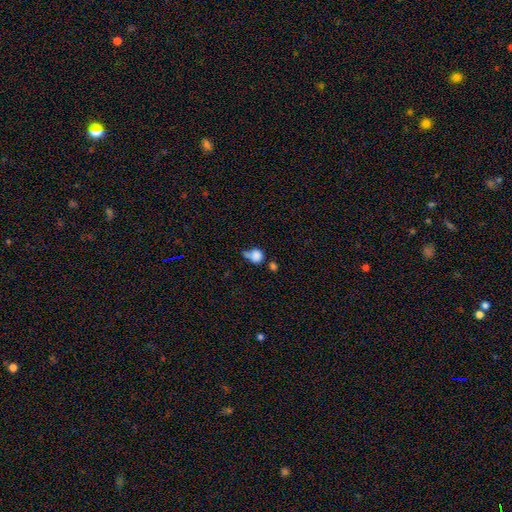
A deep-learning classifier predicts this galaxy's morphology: Smooth or featured?
  - smooth: 81% *
  - star or artifact: 10%
  - featured or disk: 9%
How rounded?
  - round: 72% *
  - in between: 26%
  - cigar-shaped: 1%
Merging?
  - merger: 35% *
  - none: 32%
  - minor disturbance: 20%
  - major disturbance: 13%